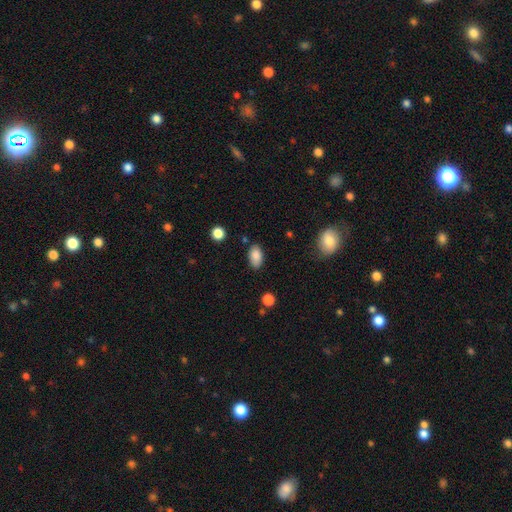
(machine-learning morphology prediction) The model was most divided on "merging": none: 80%, minor disturbance: 14%, major disturbance: 3%, merger: 2%. More confident: how rounded — in between (92%); smooth or featured — smooth (86%).